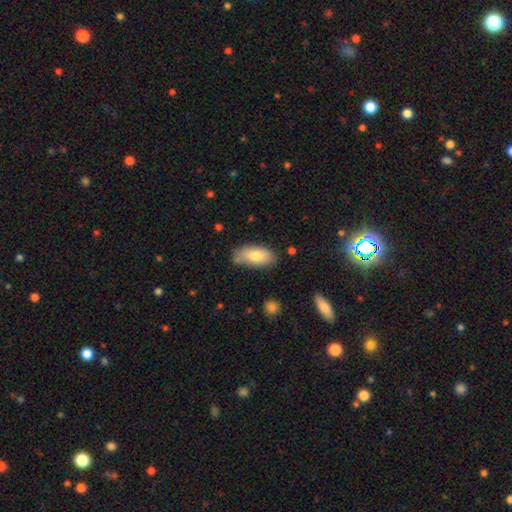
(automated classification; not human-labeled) A smooth galaxy with no disk features (77%) that is in between round and cigar-shaped (91%).

Vote fractions:
- Smooth or featured? smooth: 77% / featured or disk: 17% / star or artifact: 7%
- How rounded? in between: 91% / cigar-shaped: 7% / round: 3%
- Merging? none: 73% / minor disturbance: 19% / merger: 5% / major disturbance: 4%